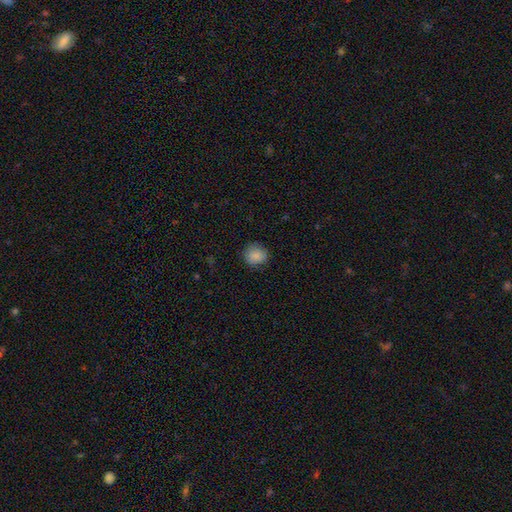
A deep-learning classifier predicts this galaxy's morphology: Smooth or featured?
  - smooth: 87% *
  - star or artifact: 9%
  - featured or disk: 4%
How rounded?
  - round: 85% *
  - in between: 14%
  - cigar-shaped: 1%
Merging?
  - none: 86% *
  - minor disturbance: 10%
  - major disturbance: 3%
  - merger: 1%